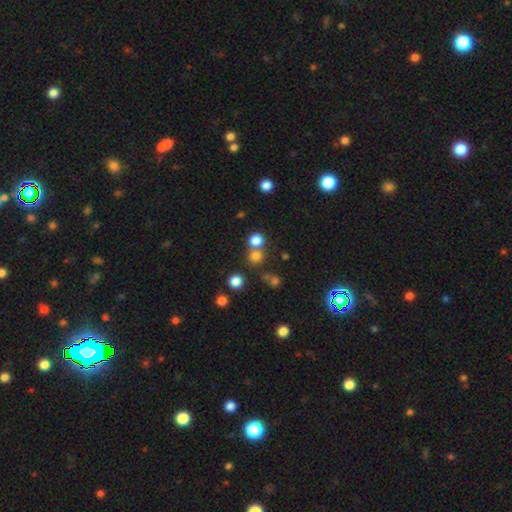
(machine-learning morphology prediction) Smooth or featured? Predicted: smooth (p=0.76). How rounded? Predicted: round (p=0.89). Merging? Predicted: none (p=0.63).